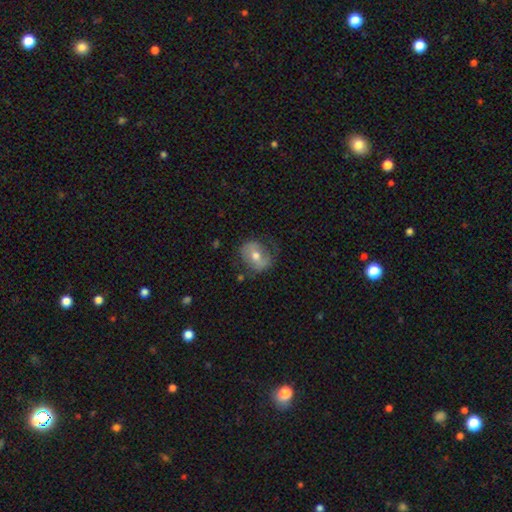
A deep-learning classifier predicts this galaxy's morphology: A featured or disk galaxy (50%).

Vote fractions:
- Smooth or featured? featured or disk: 50% / smooth: 43% / star or artifact: 7%
- Merging? none: 63% / minor disturbance: 24% / major disturbance: 12% / merger: 2%